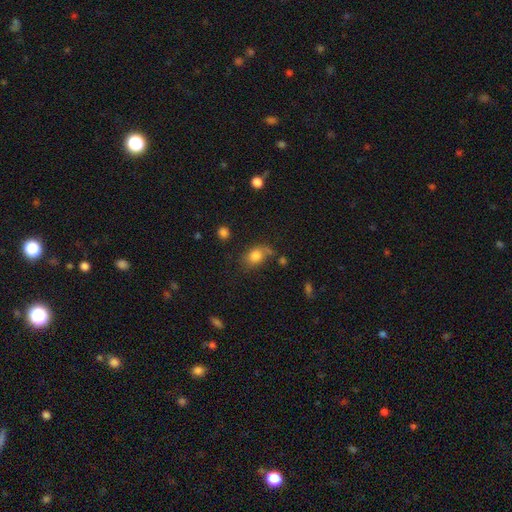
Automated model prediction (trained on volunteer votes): This appears to be a smooth galaxy with no disk features (79%) that is in between round and cigar-shaped (62%). Merging: none (53%).